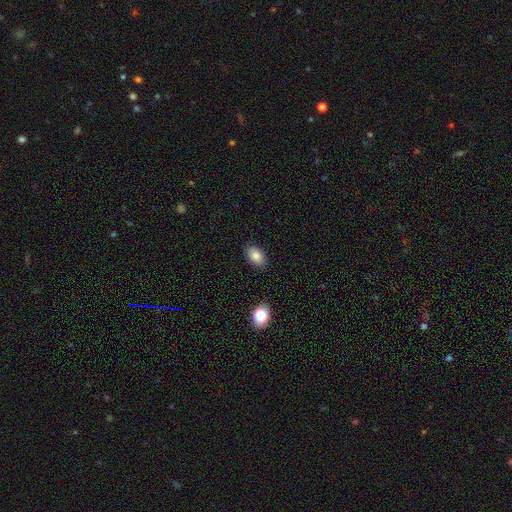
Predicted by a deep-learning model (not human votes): The model was most divided on "merging": none: 86%, minor disturbance: 11%, major disturbance: 2%, merger: 2%. More confident: how rounded — in between (89%); smooth or featured — smooth (84%).